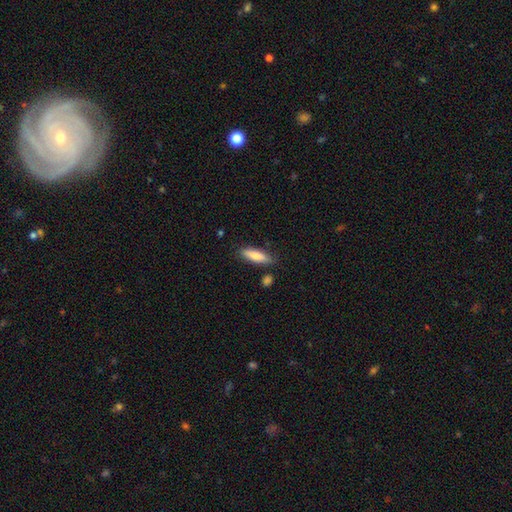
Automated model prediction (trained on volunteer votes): A smooth galaxy with no disk features (80%) that is cigar-shaped (57%).

Vote fractions:
- Smooth or featured? smooth: 80% / featured or disk: 14% / star or artifact: 6%
- How rounded? cigar-shaped: 57% / in between: 41% / round: 2%
- Merging? none: 81% / minor disturbance: 13% / merger: 3% / major disturbance: 3%